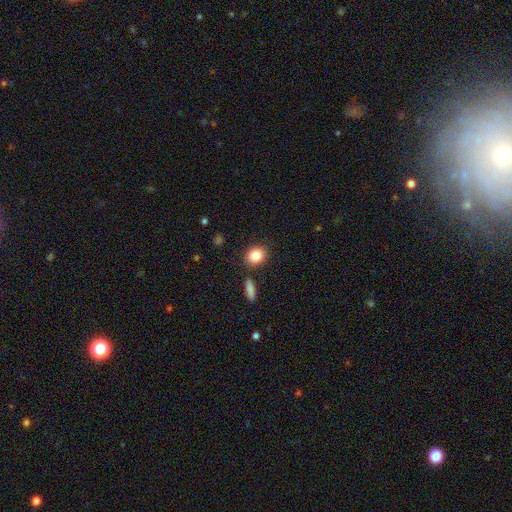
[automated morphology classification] smooth_or_featured: smooth (p=0.84) [alt: star or artifact p=0.09]
how_rounded: round (p=0.56) [alt: in between p=0.43]
merging: none (p=0.82) [alt: minor disturbance p=0.09]